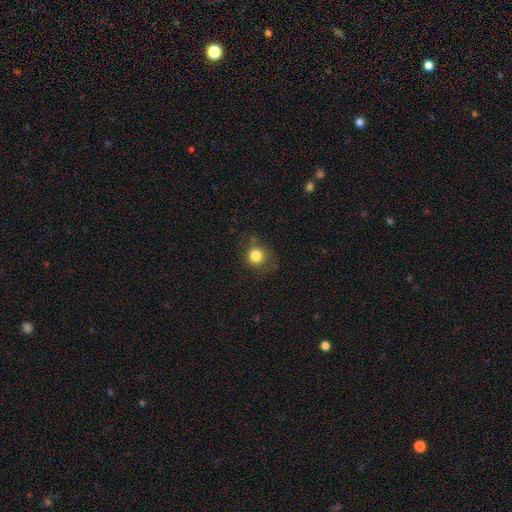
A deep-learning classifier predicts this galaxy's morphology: The model was most divided on "merging": none: 77%, minor disturbance: 16%, major disturbance: 6%, merger: 2%. More confident: how rounded — round (86%); smooth or featured — smooth (83%).